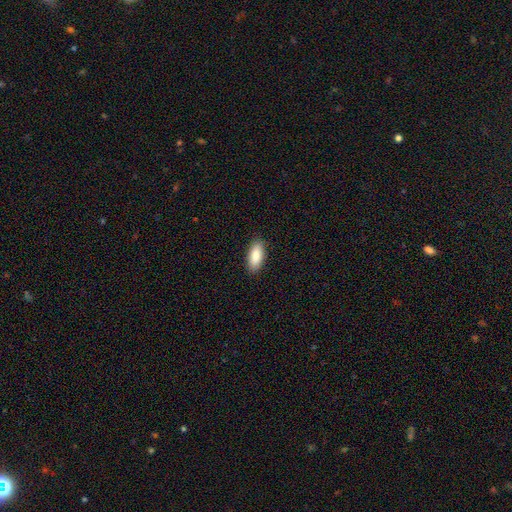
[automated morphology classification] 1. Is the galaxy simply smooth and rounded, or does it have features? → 89% smooth, 6% star or artifact, 5% featured or disk.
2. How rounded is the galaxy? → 84% in between, 14% cigar-shaped, 2% round.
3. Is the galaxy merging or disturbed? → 89% none, 8% minor disturbance, 2% major disturbance, 1% merger.